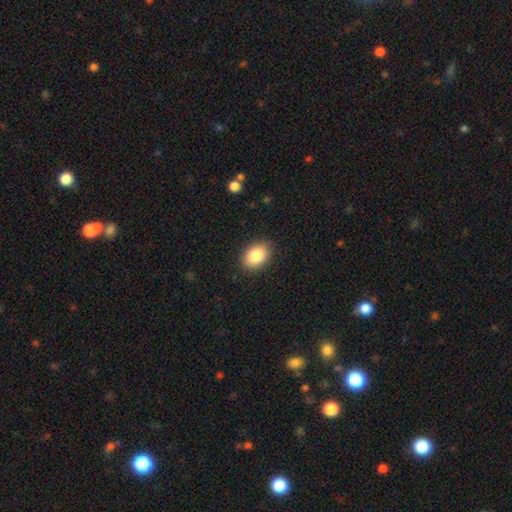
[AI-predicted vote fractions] The model was most divided on "how rounded": in between: 76%, round: 23%, cigar-shaped: 1%. More confident: merging — none (88%); smooth or featured — smooth (85%).